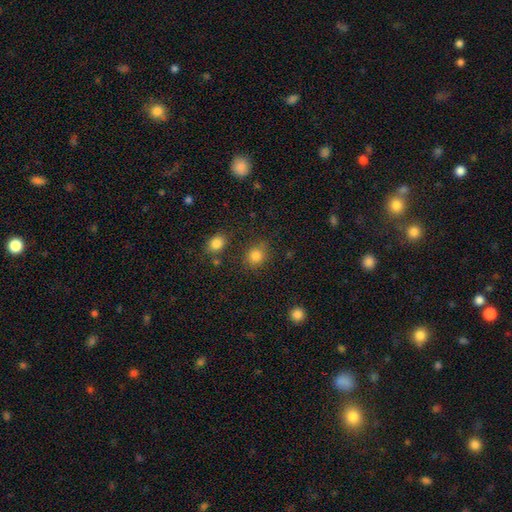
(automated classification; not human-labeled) Smooth or featured? smooth (82%)
How rounded? round (73%)
Merging? none (74%)